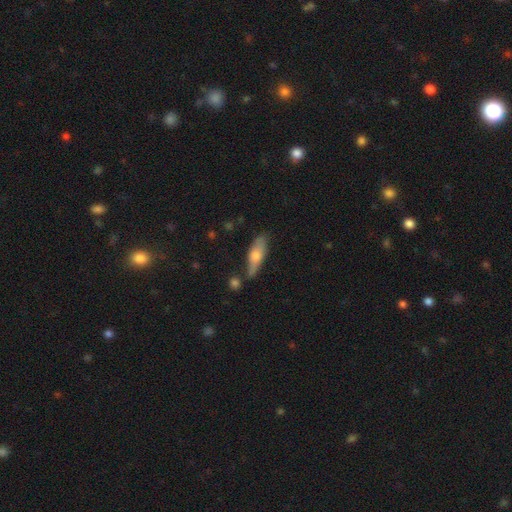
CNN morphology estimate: type=smooth (57%); roundness=cigar-shaped (51%); merging=none (63%).